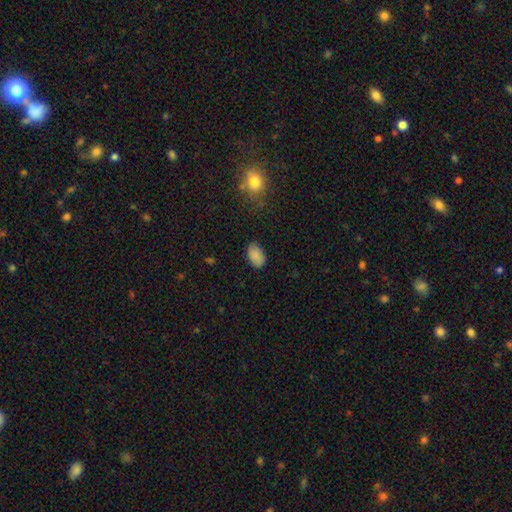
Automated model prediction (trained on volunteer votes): smooth_or_featured: smooth (p=0.86) [alt: star or artifact p=0.09]
how_rounded: in between (p=0.92) [alt: round p=0.07]
merging: none (p=0.80) [alt: minor disturbance p=0.16]